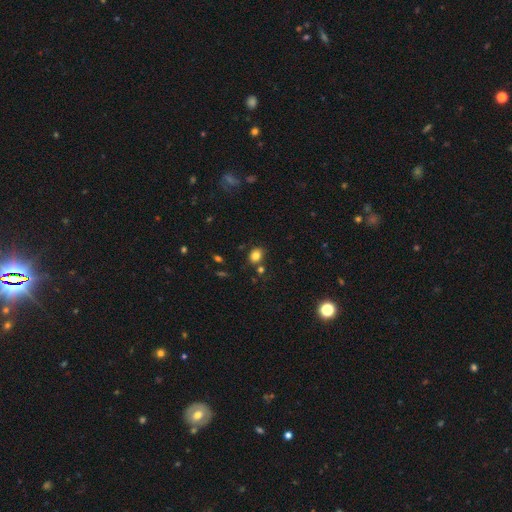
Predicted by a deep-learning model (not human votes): smooth-or-featured: smooth: 81% | star or artifact: 12% | featured or disk: 7%
  how-rounded: round: 50% | in between: 49% | cigar-shaped: 1%
  merging: none: 77% | minor disturbance: 12% | merger: 7% | major disturbance: 3%